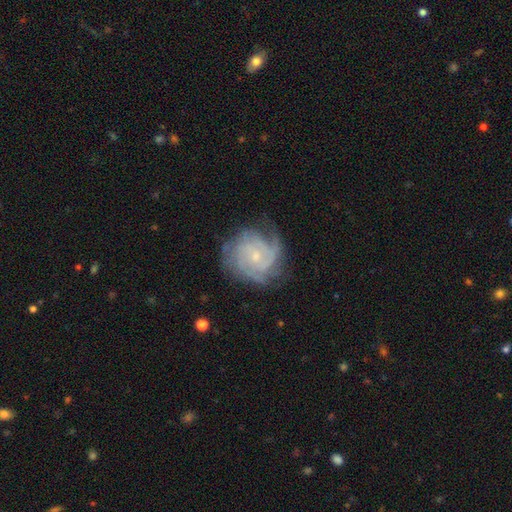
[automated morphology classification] type=featured or disk (82%); edge-on=no (98%); bar=no (72%); spiral arms=yes (95%); winding=tight (65%); arm count=can't tell (33%); bulge=small (77%); merging=none (67%).